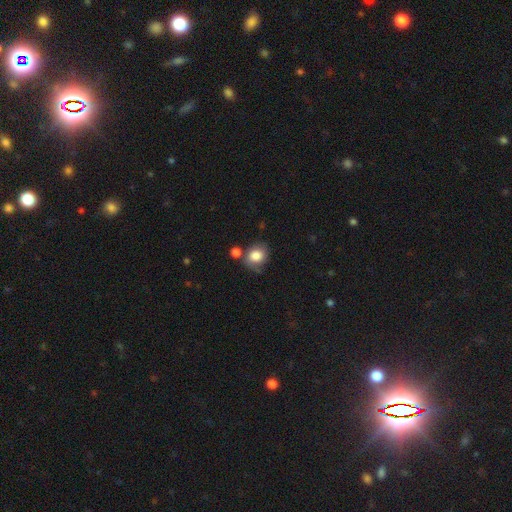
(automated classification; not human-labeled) This is clearly a smooth galaxy (80%). How rounded: likely round (62%). Merging: possibly none (56%).